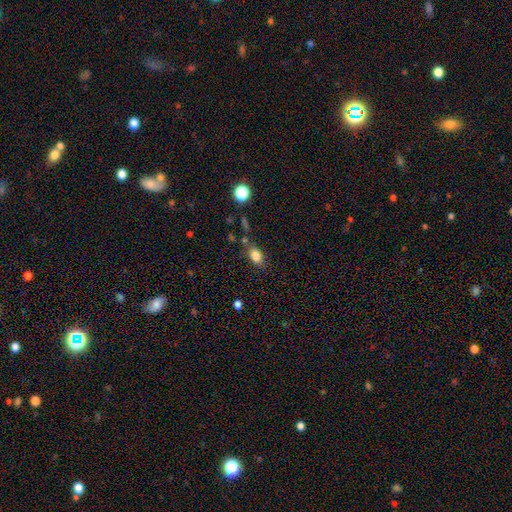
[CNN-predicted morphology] This appears to be a smooth galaxy with no disk features (82%) that is in between round and cigar-shaped (81%). Merging: none (70%).